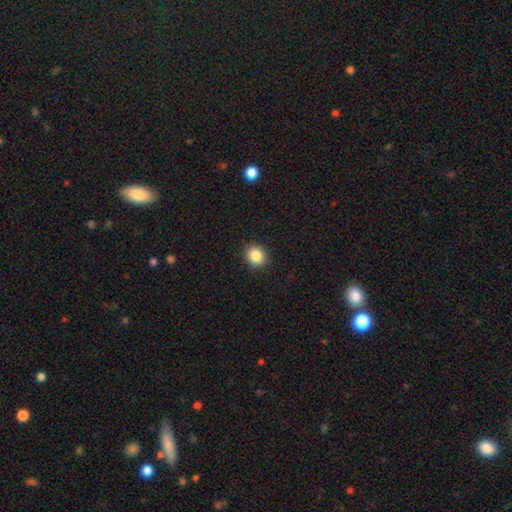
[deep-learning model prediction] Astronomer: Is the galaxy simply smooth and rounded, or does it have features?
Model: smooth — 87%.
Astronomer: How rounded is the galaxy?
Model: round — 85%.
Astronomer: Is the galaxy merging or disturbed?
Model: none — 91%.